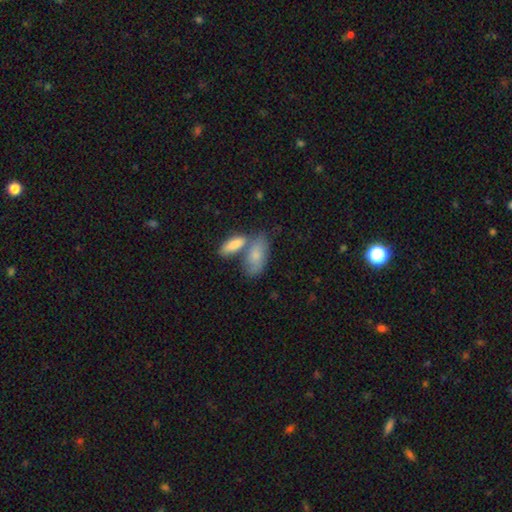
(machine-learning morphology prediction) This is likely a smooth galaxy (77%). How rounded: clearly in between (87%). Merging: marginally merger (44%).